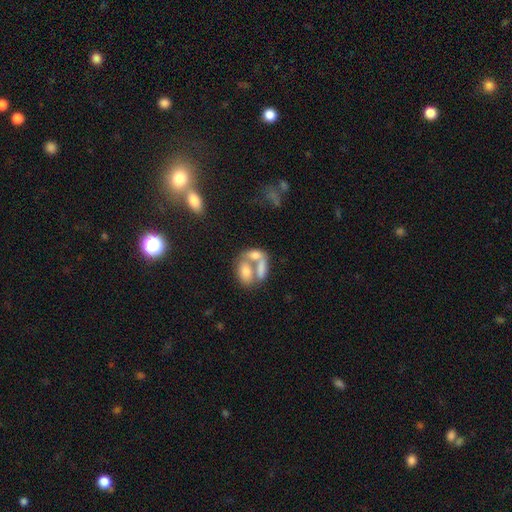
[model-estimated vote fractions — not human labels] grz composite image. It shows a smooth galaxy with no disk features (65%) that is in between round and cigar-shaped (87%). Merging: merger (64%).